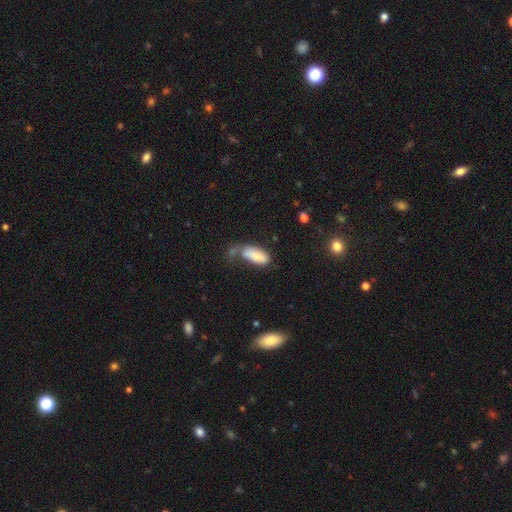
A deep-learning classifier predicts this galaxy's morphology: Smooth or featured? Predicted: smooth (p=0.78). How rounded? Predicted: in between (p=0.83). Merging? Predicted: none (p=0.32).